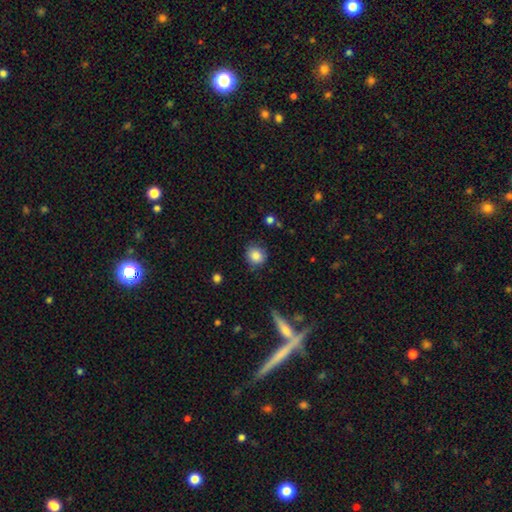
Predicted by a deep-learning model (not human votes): Smooth or featured? Predicted: smooth (p=0.85). How rounded? Predicted: round (p=0.82). Merging? Predicted: none (p=0.79).